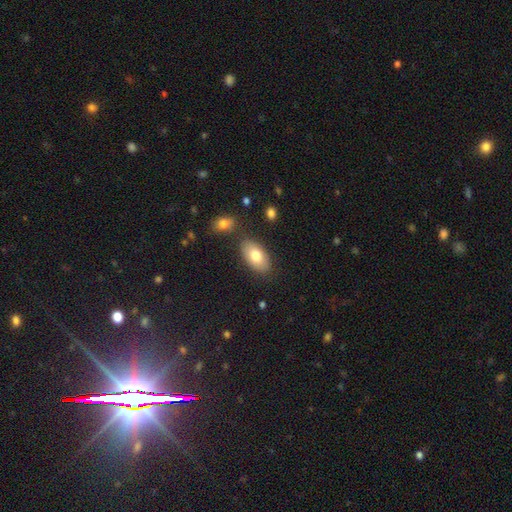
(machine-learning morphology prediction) type=smooth (77%); roundness=in between (93%); merging=none (79%).